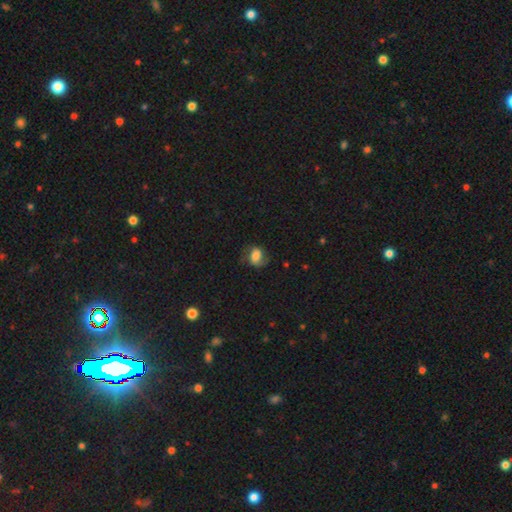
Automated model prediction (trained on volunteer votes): smooth_or_featured: smooth (p=0.53) [alt: featured or disk p=0.36]
how_rounded: in between (p=0.68) [alt: round p=0.30]
merging: none (p=0.60) [alt: minor disturbance p=0.24]